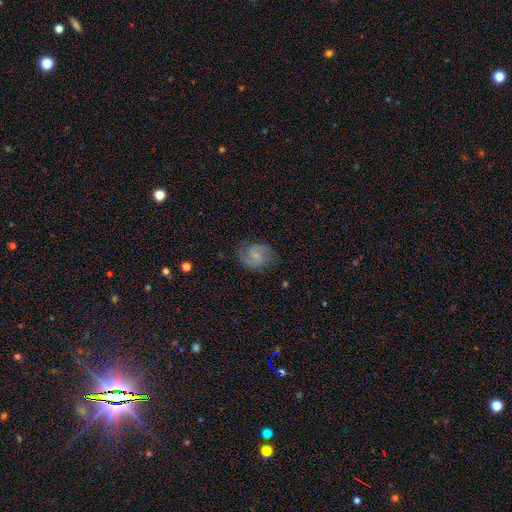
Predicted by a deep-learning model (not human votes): Morphology: type=featured or disk (70%); edge-on=no (98%); bar=weak (52%); spiral arms=yes (94%); winding=medium (51%); arm count=2 (88%); bulge=small (57%); merging=none (75%).